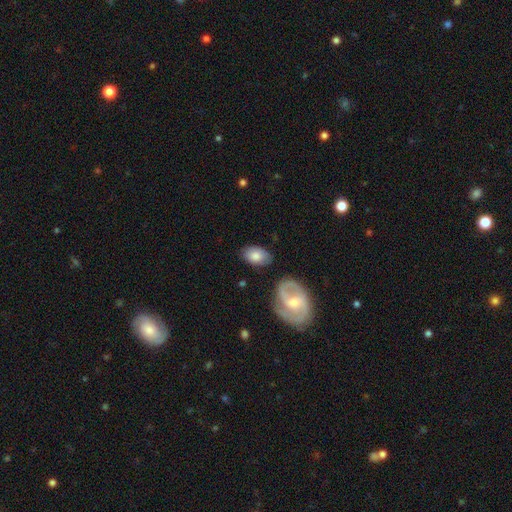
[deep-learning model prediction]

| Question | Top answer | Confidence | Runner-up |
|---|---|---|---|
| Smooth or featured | smooth | 73% | featured or disk (21%) |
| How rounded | in between | 89% | round (9%) |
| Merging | none | 76% | minor disturbance (15%) |